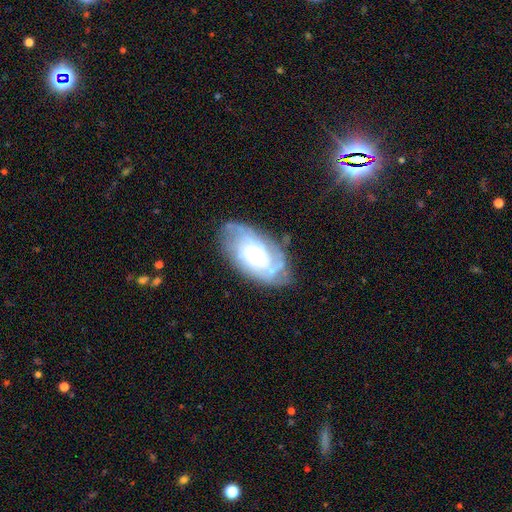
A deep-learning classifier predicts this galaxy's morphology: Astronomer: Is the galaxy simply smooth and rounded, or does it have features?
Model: featured or disk — 73%.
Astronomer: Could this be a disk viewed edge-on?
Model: no — 95%.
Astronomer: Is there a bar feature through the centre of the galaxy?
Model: no — 70%.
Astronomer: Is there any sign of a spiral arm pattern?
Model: yes — 89%.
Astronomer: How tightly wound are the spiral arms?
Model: tight — 58%.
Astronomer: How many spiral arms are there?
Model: can't tell — 44% (runner-up: 2, 22%).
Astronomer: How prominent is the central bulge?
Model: small — 48% (runner-up: moderate, 32%).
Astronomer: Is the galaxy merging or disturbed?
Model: none — 69%.